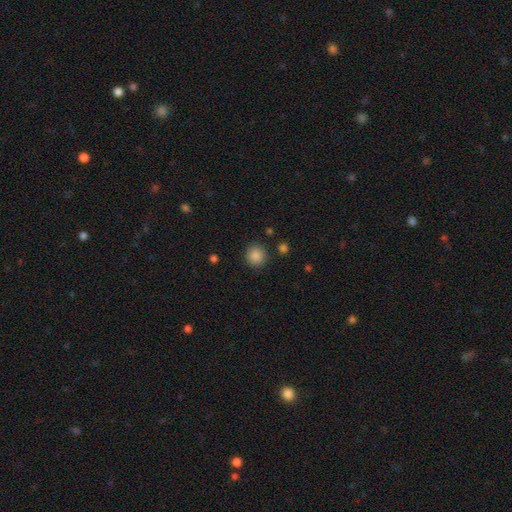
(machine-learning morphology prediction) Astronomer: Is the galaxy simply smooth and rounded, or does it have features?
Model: smooth — 87%.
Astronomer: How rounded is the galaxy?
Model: round — 90%.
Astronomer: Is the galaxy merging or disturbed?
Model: none — 89%.